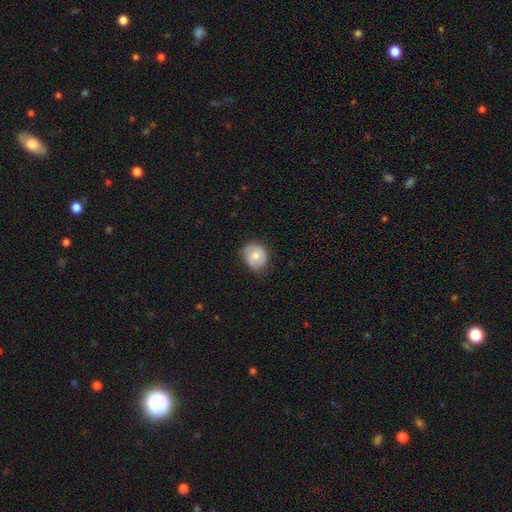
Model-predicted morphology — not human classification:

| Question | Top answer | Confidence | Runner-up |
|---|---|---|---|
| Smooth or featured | smooth | 65% | featured or disk (28%) |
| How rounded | round | 64% | in between (35%) |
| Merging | none | 66% | minor disturbance (27%) |